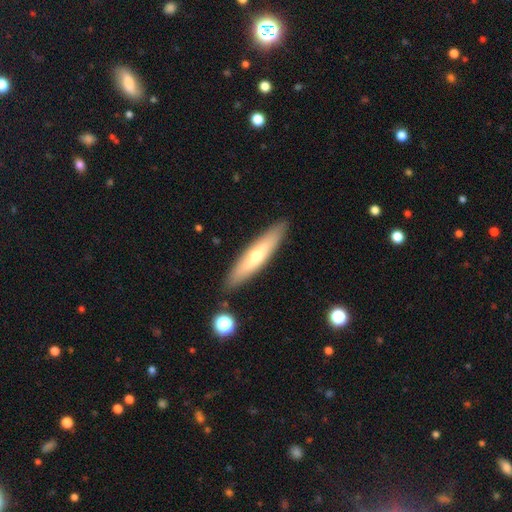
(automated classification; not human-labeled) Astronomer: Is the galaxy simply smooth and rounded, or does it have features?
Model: smooth — 48% (runner-up: featured or disk, 45%).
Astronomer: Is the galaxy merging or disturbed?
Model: none — 88%.